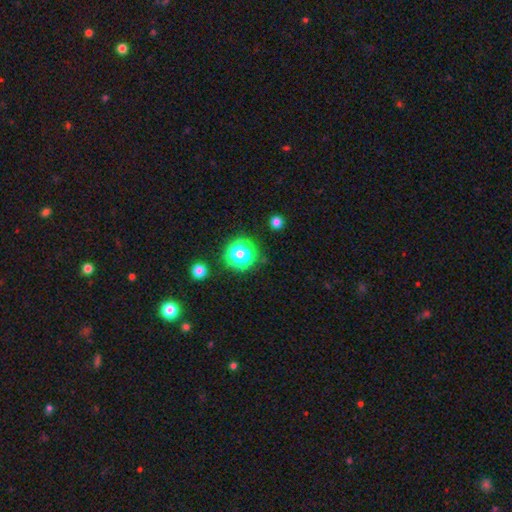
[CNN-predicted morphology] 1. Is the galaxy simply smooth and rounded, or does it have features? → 51% star or artifact, 43% smooth, 5% featured or disk.